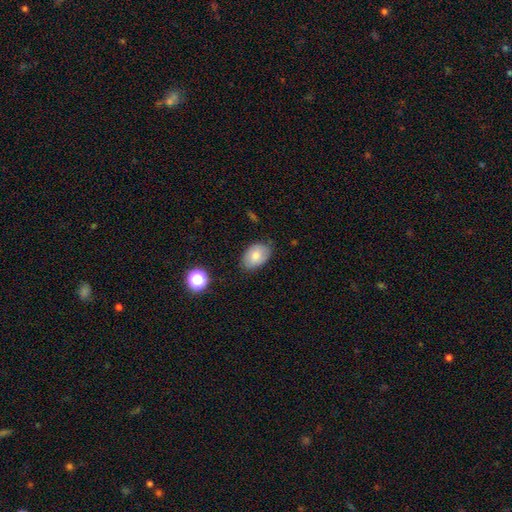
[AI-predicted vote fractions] Overall: smooth (78%). How rounded: in between (86%). Merging: none (77%).